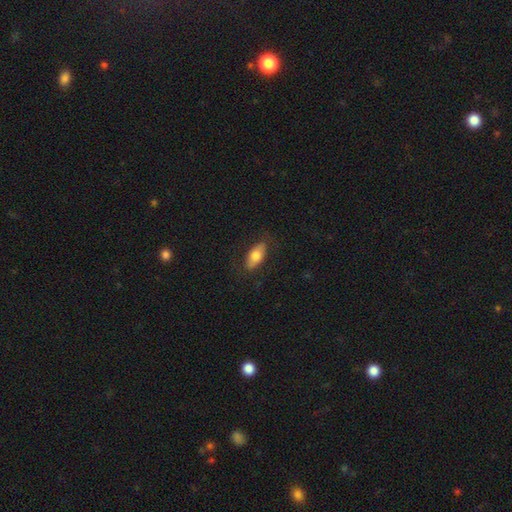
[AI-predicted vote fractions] Q: Smooth or featured?
A: smooth (74%); runner-up: featured or disk (20%)
Q: How rounded?
A: in between (86%); runner-up: cigar-shaped (11%)
Q: Merging?
A: none (82%); runner-up: minor disturbance (13%)